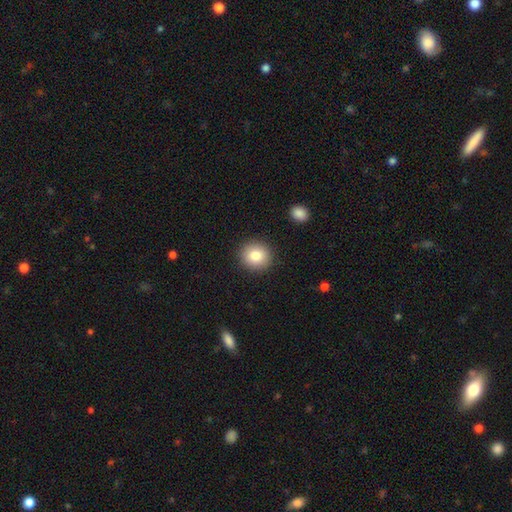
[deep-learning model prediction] The model was most divided on "smooth or featured": smooth: 82%, star or artifact: 9%, featured or disk: 9%. More confident: merging — none (91%); how rounded — round (88%).